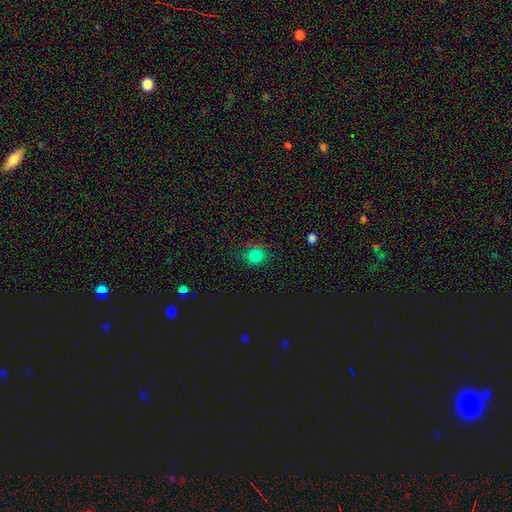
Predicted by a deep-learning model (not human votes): smooth_or_featured: smooth (p=0.75) [alt: star or artifact p=0.19]
how_rounded: round (p=0.82) [alt: in between p=0.17]
merging: none (p=0.75) [alt: minor disturbance p=0.17]